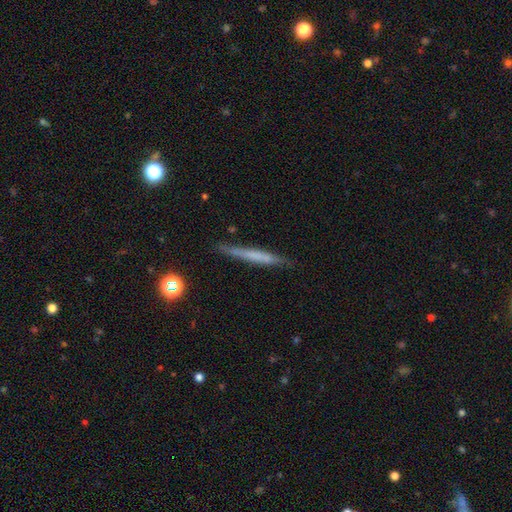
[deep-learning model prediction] Smooth or featured? smooth (50%)
How rounded? cigar-shaped (95%)
Merging? none (84%)